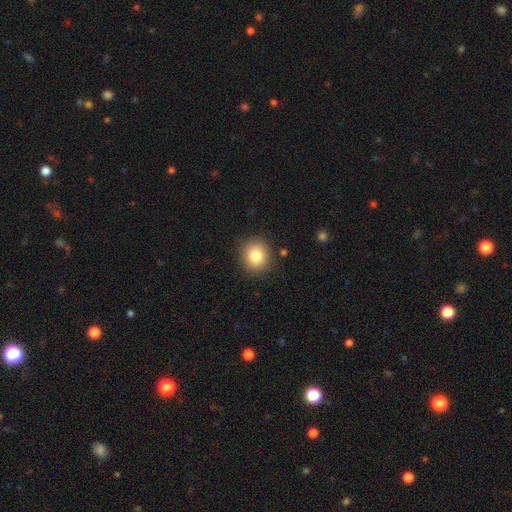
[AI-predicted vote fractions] Overall: smooth (83%). How rounded: round (83%). Merging: none (88%).